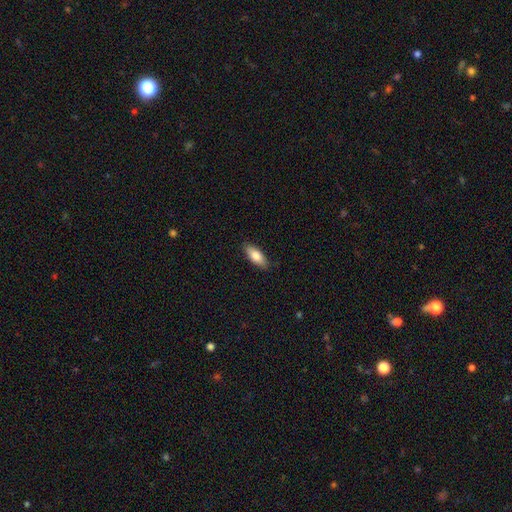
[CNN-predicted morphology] Q: Smooth or featured?
A: smooth (82%); runner-up: featured or disk (12%)
Q: How rounded?
A: in between (79%); runner-up: cigar-shaped (19%)
Q: Merging?
A: none (86%); runner-up: minor disturbance (11%)